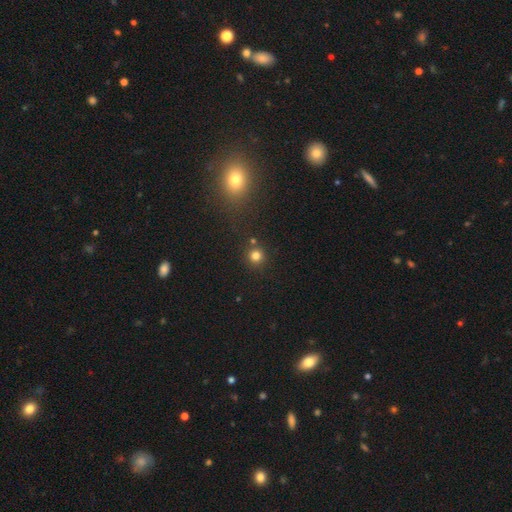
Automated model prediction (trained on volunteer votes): smooth_or_featured: smooth (p=0.79) [alt: star or artifact p=0.16]
how_rounded: round (p=0.94) [alt: in between p=0.05]
merging: none (p=0.83) [alt: merger p=0.08]